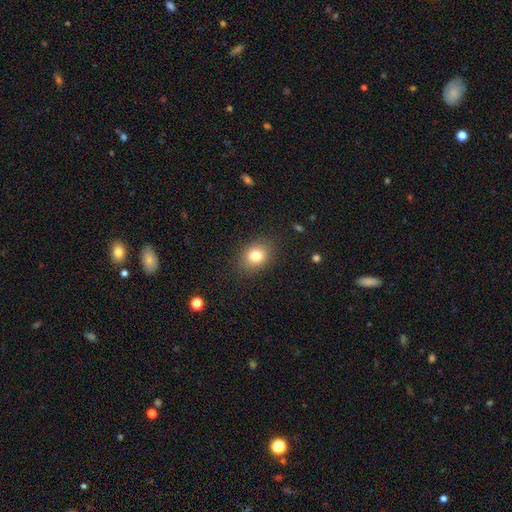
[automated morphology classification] Smooth or featured? smooth (80%)
How rounded? round (50%)
Merging? none (87%)